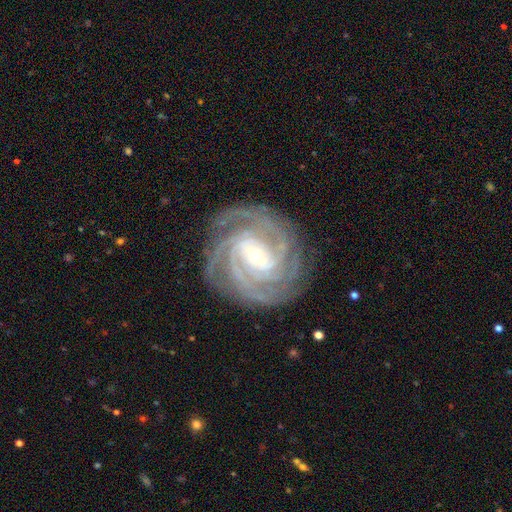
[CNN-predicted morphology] type=featured or disk (92%); edge-on=no (98%); bar=weak (44%); spiral arms=yes (99%); winding=tight (78%); arm count=4 (41%); bulge=small (56%); merging=none (84%).